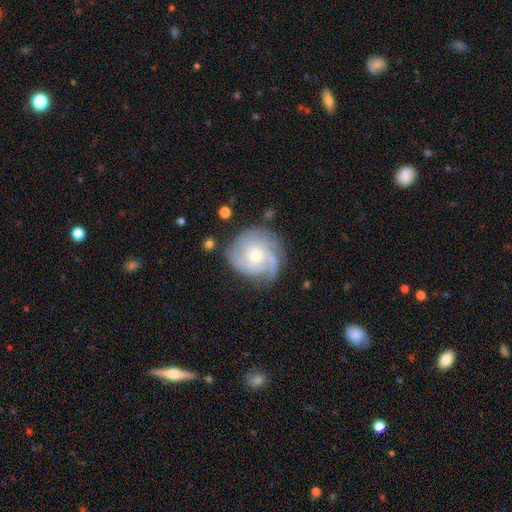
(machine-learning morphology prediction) Overall: featured or disk (80%). Edge-on disk: no (98%). Bar: no (75%). Spiral arms: yes (95%). Spiral arm count: 3 (31%; can't tell 24%). Spiral winding: tight (58%; medium 32%). Bulge size: small (51%; moderate 43%). Merging: none (76%).